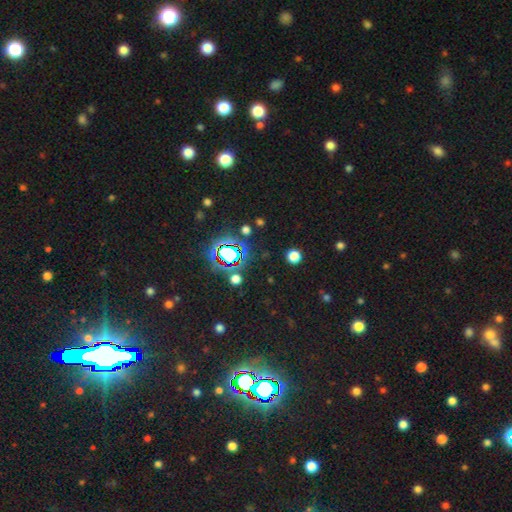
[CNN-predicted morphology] Smooth or featured: star or artifact — 81% (smooth — 11%)